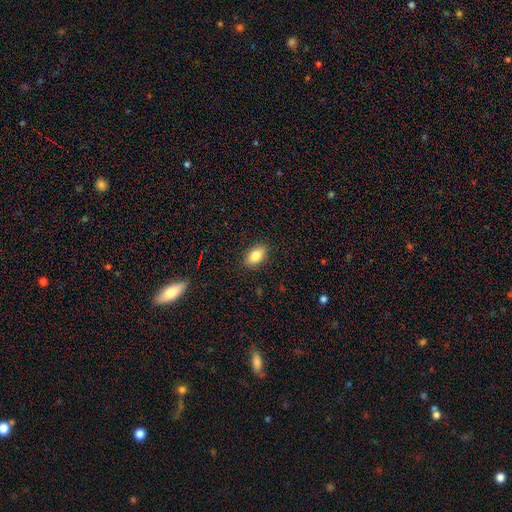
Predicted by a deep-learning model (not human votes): A smooth galaxy with no disk features (84%) that is in between round and cigar-shaped (88%).

Vote fractions:
- Smooth or featured? smooth: 84% / featured or disk: 8% / star or artifact: 8%
- How rounded? in between: 88% / round: 10% / cigar-shaped: 2%
- Merging? none: 87% / minor disturbance: 10% / major disturbance: 2% / merger: 1%